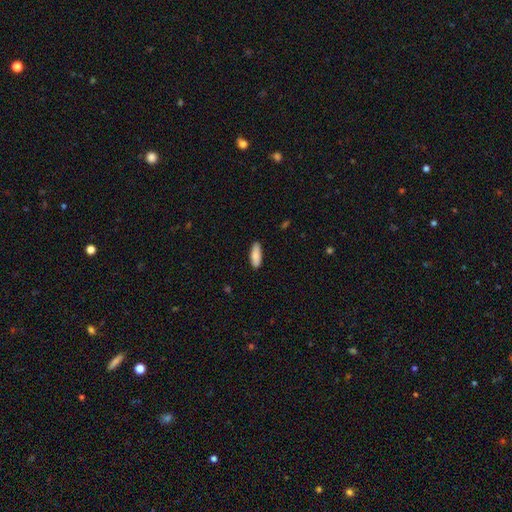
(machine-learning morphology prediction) Smooth or featured: smooth — 87% (featured or disk — 7%)
How rounded: in between — 67% (cigar-shaped — 32%)
Merging: none — 87% (minor disturbance — 10%)